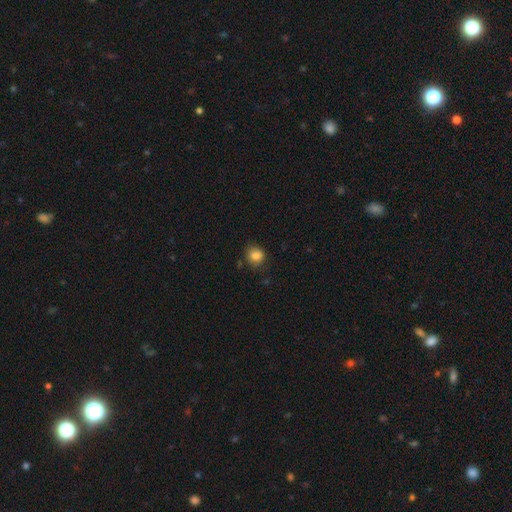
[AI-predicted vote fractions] A smooth galaxy with no disk features (84%) that is round (76%).

Vote fractions:
- Smooth or featured? smooth: 84% / star or artifact: 10% / featured or disk: 6%
- How rounded? round: 76% / in between: 23% / cigar-shaped: 1%
- Merging? none: 76% / minor disturbance: 17% / major disturbance: 4% / merger: 2%